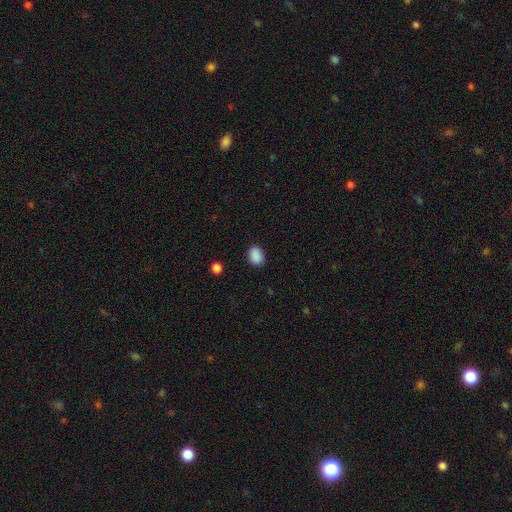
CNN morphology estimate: Q: Smooth or featured?
A: smooth (89%); runner-up: star or artifact (9%)
Q: How rounded?
A: in between (64%); runner-up: round (35%)
Q: Merging?
A: none (86%); runner-up: minor disturbance (10%)